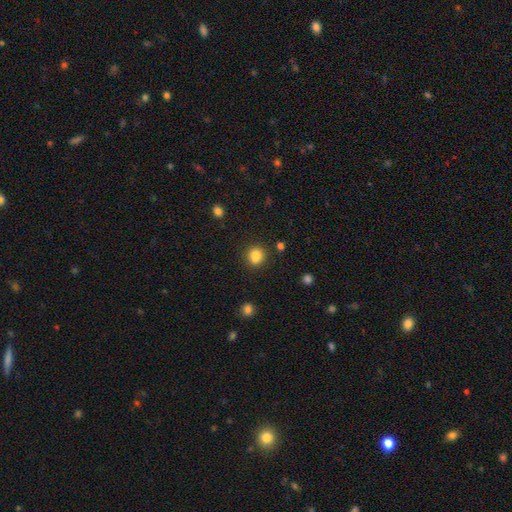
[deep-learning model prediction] A smooth galaxy with no disk features (82%) that is round (71%).

Vote fractions:
- Smooth or featured? smooth: 82% / star or artifact: 12% / featured or disk: 7%
- How rounded? round: 71% / in between: 27% / cigar-shaped: 1%
- Merging? none: 67% / merger: 16% / minor disturbance: 13% / major disturbance: 4%